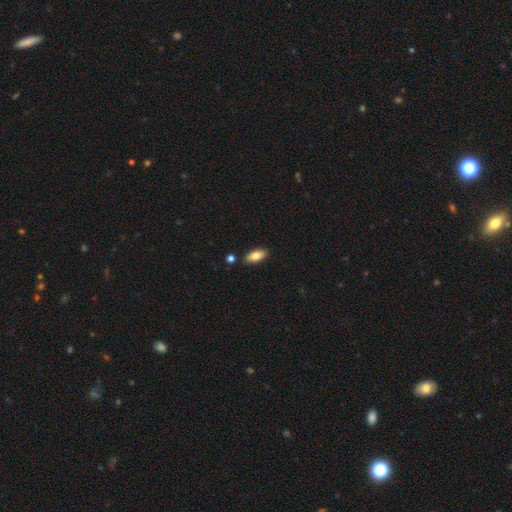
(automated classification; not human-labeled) Overall: smooth (82%). How rounded: in between (88%). Merging: none (85%).